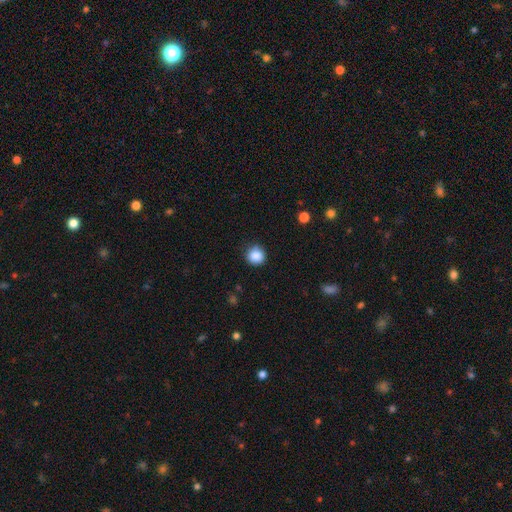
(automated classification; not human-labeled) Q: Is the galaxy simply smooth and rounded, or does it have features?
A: smooth — 86%.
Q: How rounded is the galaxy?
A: round — 91%.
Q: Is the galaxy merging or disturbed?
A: none — 84%.